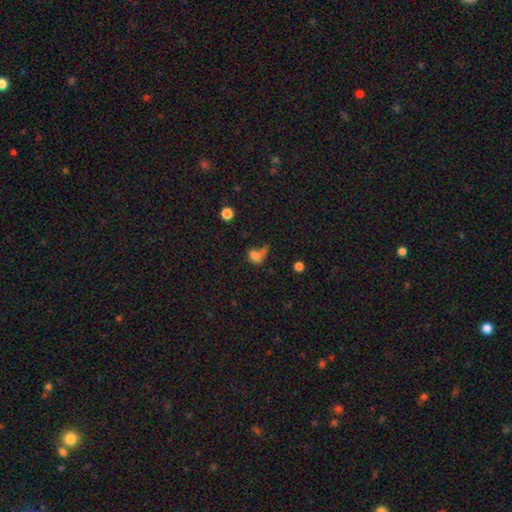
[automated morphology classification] A smooth galaxy with no disk features (67%) that is in between round and cigar-shaped (69%). Merging: major disturbance (31%).